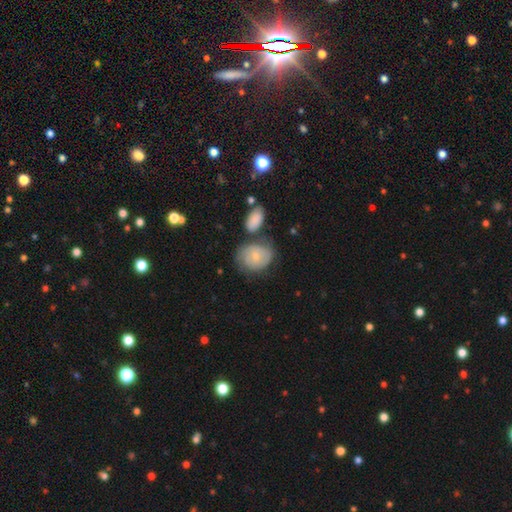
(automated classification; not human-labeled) Smooth or featured: smooth — 57% (featured or disk — 36%)
How rounded: in between — 55% (round — 44%)
Merging: none — 50% (minor disturbance — 24%)